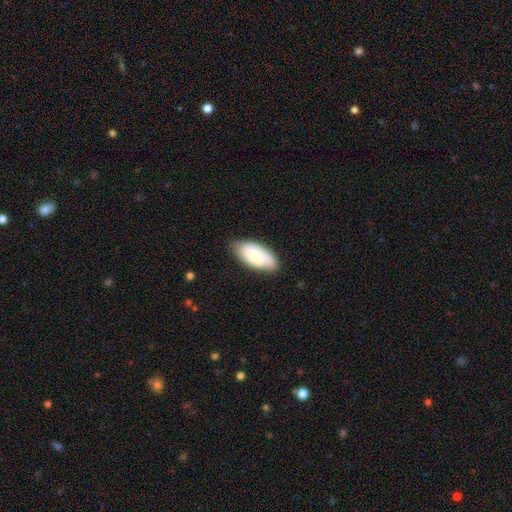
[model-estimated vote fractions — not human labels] A smooth galaxy with no disk features (70%) that is in between round and cigar-shaped (93%). Merging: none (71%).